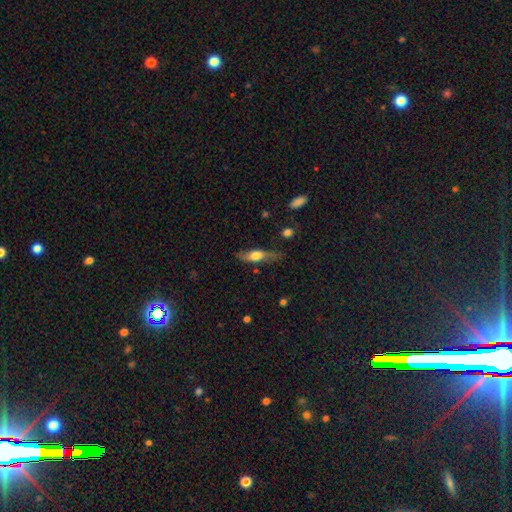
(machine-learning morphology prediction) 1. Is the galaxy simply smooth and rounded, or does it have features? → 52% smooth, 41% featured or disk, 7% star or artifact.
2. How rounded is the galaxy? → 48% cigar-shaped (tied), 48% in between (tied), 4% round.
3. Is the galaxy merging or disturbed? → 68% none, 23% minor disturbance, 7% major disturbance, 2% merger.